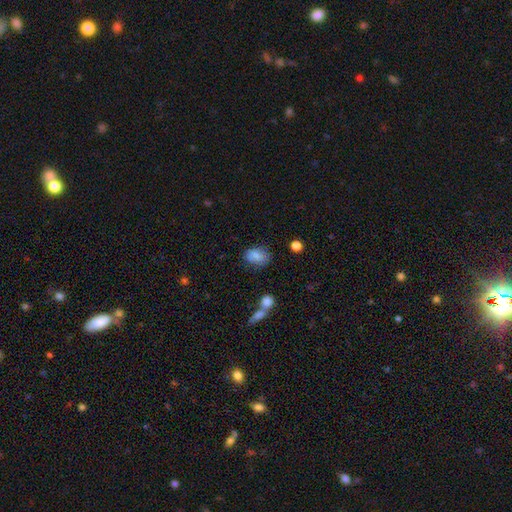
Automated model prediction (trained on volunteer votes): A smooth galaxy with no disk features (80%) that is in between round and cigar-shaped (78%). Merging: none (71%).